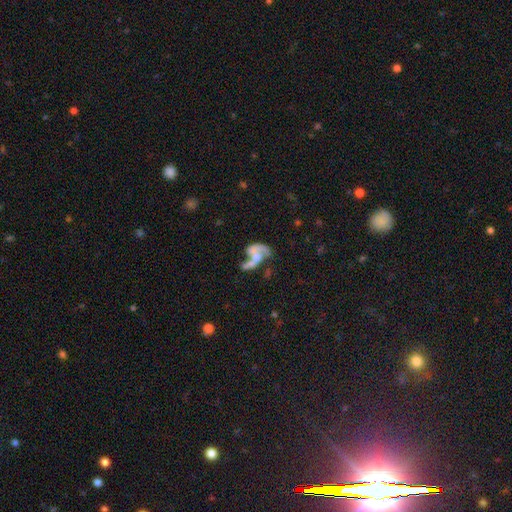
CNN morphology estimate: Smooth or featured? Predicted: featured or disk (p=0.60). Edge-on disk? Predicted: no (p=0.96). Bar? Predicted: no (p=0.73). Spiral arms? Predicted: yes (p=0.57). Bulge size? Predicted: moderate (p=0.42). Merging? Predicted: merger (p=0.53).